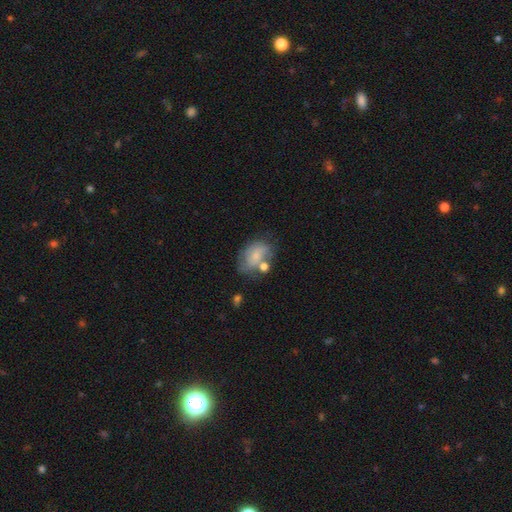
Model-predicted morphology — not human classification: A smooth galaxy with no disk features (56%) that is in between round and cigar-shaped (71%).

Vote fractions:
- Smooth or featured? smooth: 56% / featured or disk: 35% / star or artifact: 9%
- How rounded? in between: 71% / round: 28% / cigar-shaped: 1%
- Merging? none: 42% / minor disturbance: 25% / merger: 20% / major disturbance: 14%